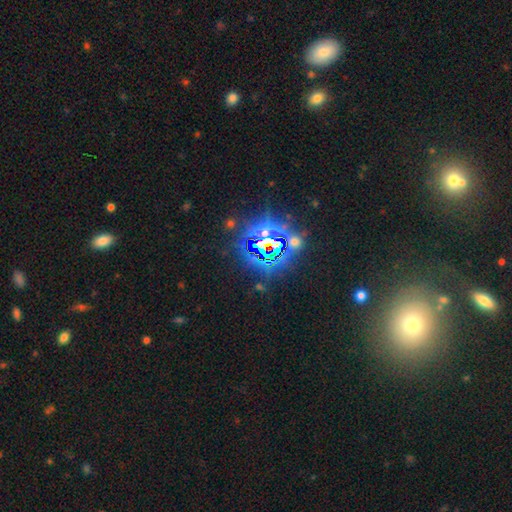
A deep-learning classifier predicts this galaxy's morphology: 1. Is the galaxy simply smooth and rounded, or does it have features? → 84% star or artifact, 8% featured or disk, 8% smooth.